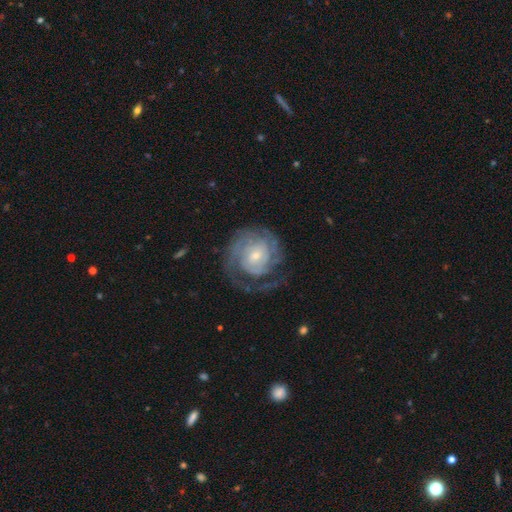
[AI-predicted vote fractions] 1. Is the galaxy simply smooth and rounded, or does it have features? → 84% featured or disk, 11% smooth, 5% star or artifact.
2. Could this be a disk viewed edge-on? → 98% no, 2% yes.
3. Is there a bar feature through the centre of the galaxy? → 62% no, 32% weak, 6% strong.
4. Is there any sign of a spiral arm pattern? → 94% yes, 6% no.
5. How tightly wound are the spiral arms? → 70% tight, 23% medium, 8% loose.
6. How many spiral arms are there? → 36% can't tell, 28% 2, 14% 3, 9% 1, 7% 4, 6% more than 4.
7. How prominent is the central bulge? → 67% small, 27% moderate, 3% large, 2% none, 1% dominant.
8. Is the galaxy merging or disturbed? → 62% none, 20% major disturbance, 17% minor disturbance, 1% merger.